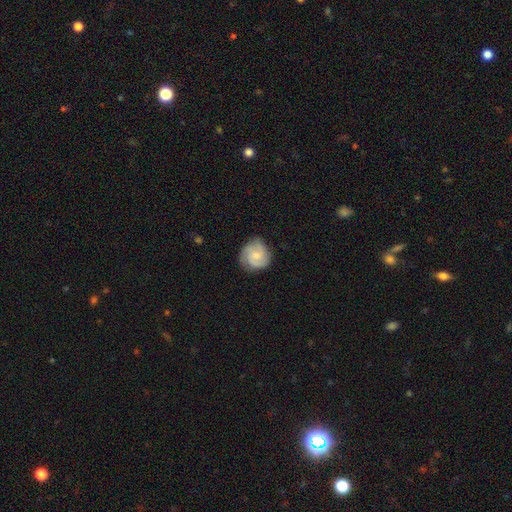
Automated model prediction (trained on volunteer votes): This appears to be a featured or disk galaxy (67%) with no bar (63%), 3 (39%) tight (50%) spiral arms (95%) and a small central bulge (51%). Merging: none (76%).